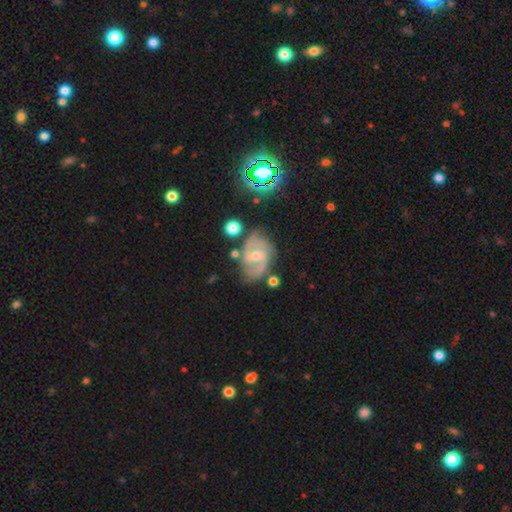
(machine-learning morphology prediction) This appears to be a featured or disk galaxy (83%) with a weak bar (47%), 2 (66%) medium (52%) spiral arms (97%) and a small central bulge (53%). Merging: none (68%).